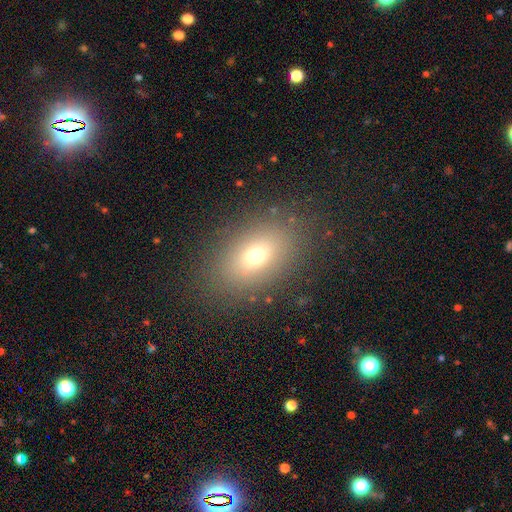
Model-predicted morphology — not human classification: Smooth or featured: smooth — 69% (star or artifact — 16%)
How rounded: in between — 79% (round — 18%)
Merging: none — 85% (minor disturbance — 9%)